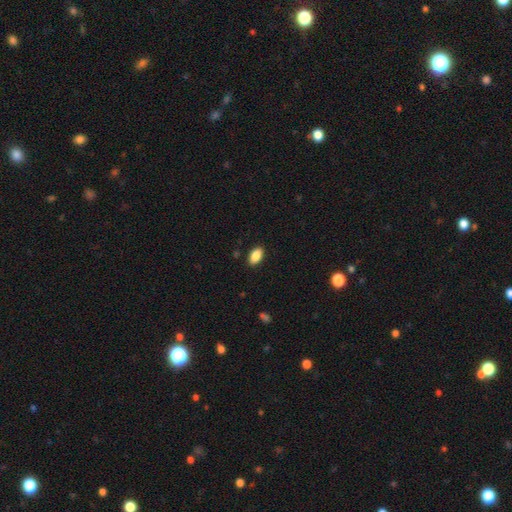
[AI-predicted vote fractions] smooth 89%, star or artifact 7%, featured or disk 4%. Down the decision tree: how rounded — in between (93%); merging — none (89%).